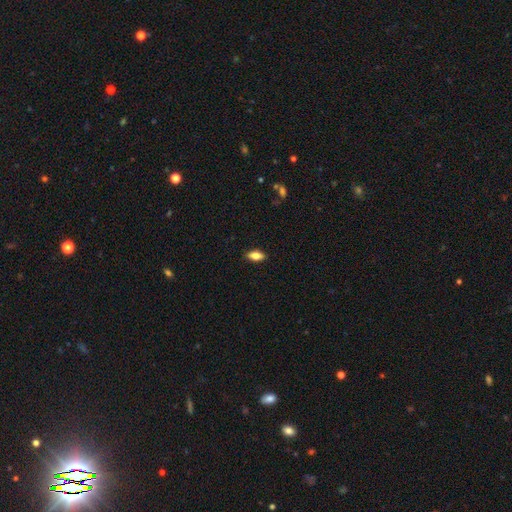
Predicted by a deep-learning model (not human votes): A smooth galaxy with no disk features (78%) that is in between round and cigar-shaped (84%).

Vote fractions:
- Smooth or featured? smooth: 78% / featured or disk: 15% / star or artifact: 8%
- How rounded? in between: 84% / cigar-shaped: 12% / round: 3%
- Merging? none: 88% / minor disturbance: 9% / major disturbance: 2% / merger: 1%